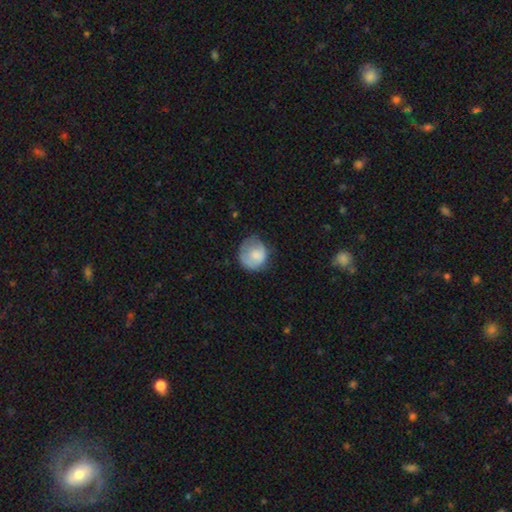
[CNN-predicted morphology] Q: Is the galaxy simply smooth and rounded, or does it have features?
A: smooth — 68%.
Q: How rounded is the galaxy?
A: round — 79%.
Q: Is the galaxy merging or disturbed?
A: none — 53%.